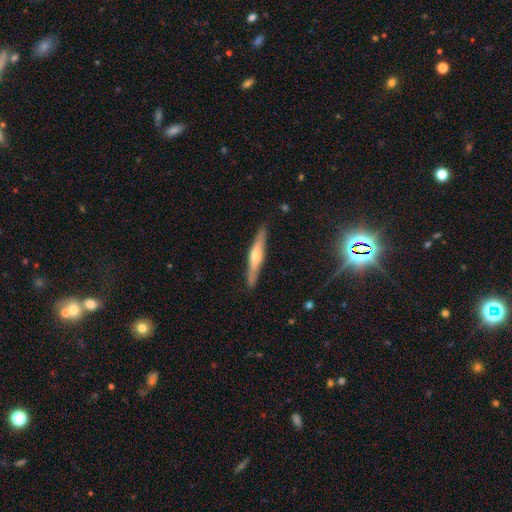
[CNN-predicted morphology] smooth-or-featured: featured or disk: 62% | smooth: 32% | star or artifact: 6%
  disk-edge-on: yes: 93% | no: 7%
    edge-on-bulge: rounded: 85% | none: 9% | boxy: 6%
  merging: none: 88% | minor disturbance: 9% | major disturbance: 2% | merger: 1%